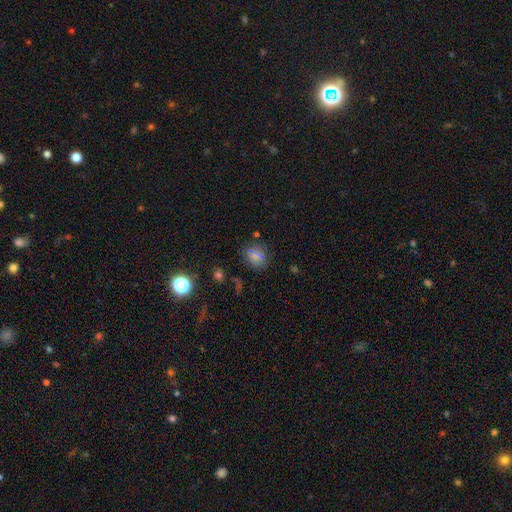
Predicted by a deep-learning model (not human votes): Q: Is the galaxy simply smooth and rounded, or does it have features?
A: smooth — 63%.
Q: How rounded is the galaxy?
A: round — 62%.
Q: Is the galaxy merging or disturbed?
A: none — 77%.